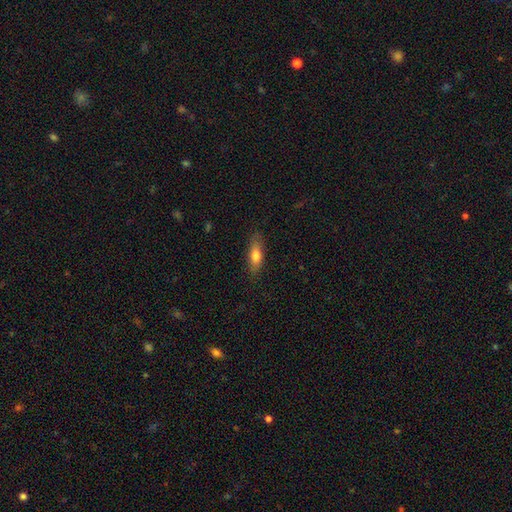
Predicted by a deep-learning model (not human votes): Q: Smooth or featured?
A: smooth (74%); runner-up: featured or disk (19%)
Q: How rounded?
A: in between (60%); runner-up: cigar-shaped (37%)
Q: Merging?
A: none (81%); runner-up: minor disturbance (14%)